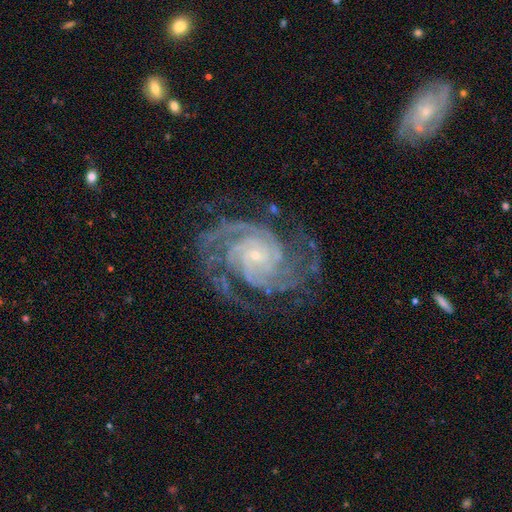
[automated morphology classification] A featured or disk galaxy (93%) with no bar (67%), 2 (30%) tight (65%) spiral arms (99%) and a small central bulge (84%).

Vote fractions:
- Smooth or featured? featured or disk: 93% / star or artifact: 5% / smooth: 3%
- Edge-on disk? no: 98% / yes: 2%
- Bar? no: 67% / weak: 25% / strong: 9%
- Spiral arms? yes: 99% / no: 1%
- Spiral winding? tight: 65% / medium: 31% / loose: 4%
- Spiral arm count? 2: 30% / 3: 27% / 4: 17% / can't tell: 12% / more than 4: 8% / 1: 7%
- Bulge size? small: 84% / moderate: 11% / none: 3% / large: 1% / dominant: 1%
- Merging? none: 73% / minor disturbance: 16% / major disturbance: 10% / merger: 1%